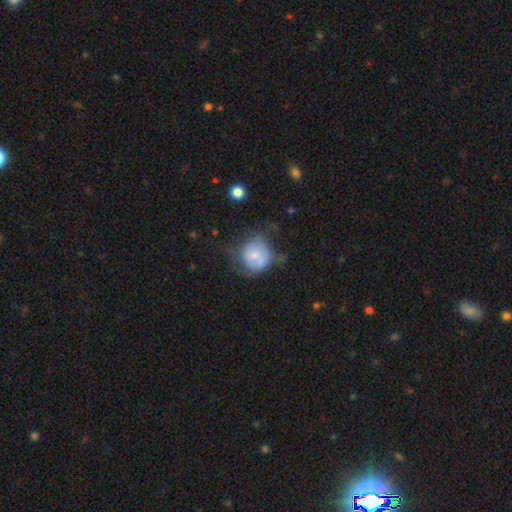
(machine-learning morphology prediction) smooth_or_featured: smooth (p=0.64) [alt: featured or disk p=0.28]
how_rounded: round (p=0.79) [alt: in between p=0.20]
merging: none (p=0.37) [alt: minor disturbance p=0.32]